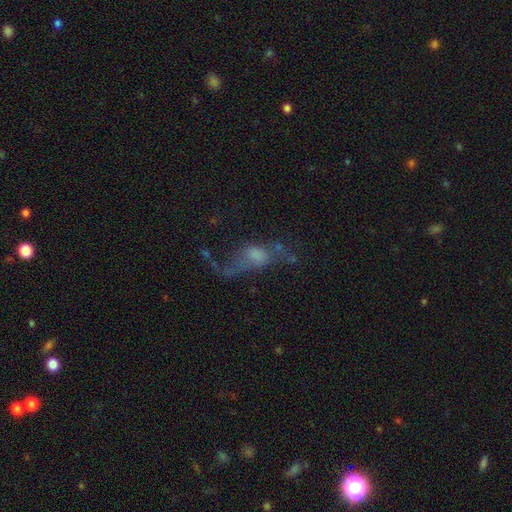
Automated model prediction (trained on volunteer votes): A featured or disk galaxy (42%, tied with smooth).

Vote fractions:
- Smooth or featured? featured or disk: 42% (tied) / smooth: 42% (tied) / star or artifact: 15%
- Merging? major disturbance: 45% / none: 28% / minor disturbance: 19% / merger: 8%